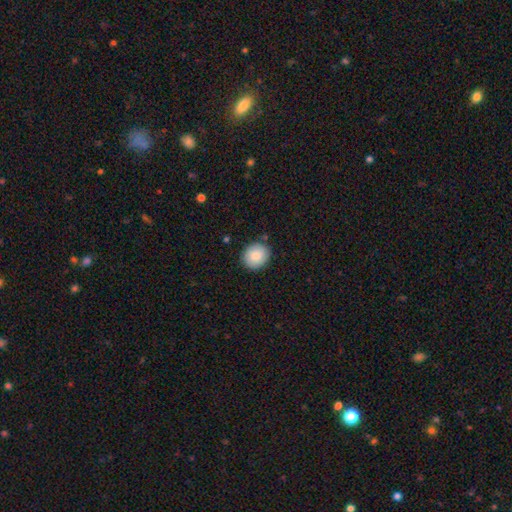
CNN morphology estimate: smooth_or_featured: smooth (p=0.84) [alt: featured or disk p=0.09]
how_rounded: round (p=0.72) [alt: in between p=0.27]
merging: none (p=0.86) [alt: minor disturbance p=0.10]